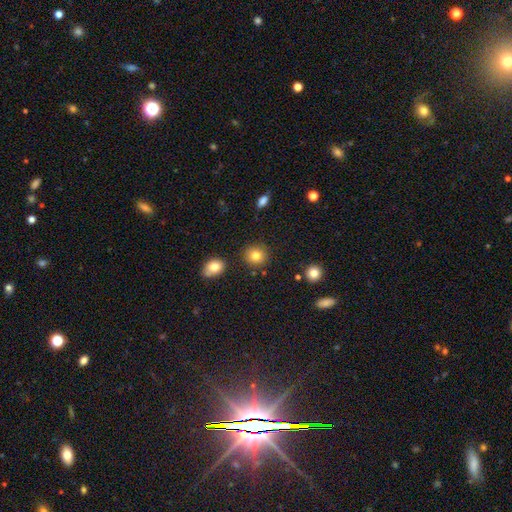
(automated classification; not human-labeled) This appears to be a smooth galaxy with no disk features (83%) that is round (87%). Merging: none (87%).